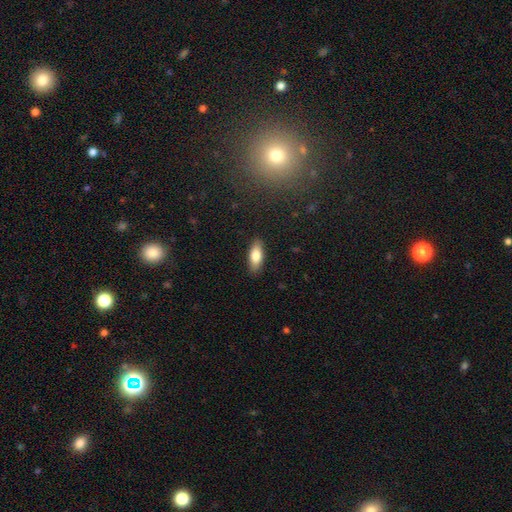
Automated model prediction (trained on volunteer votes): Q: Smooth or featured?
A: smooth (78%); runner-up: featured or disk (15%)
Q: How rounded?
A: in between (75%); runner-up: cigar-shaped (23%)
Q: Merging?
A: none (88%); runner-up: minor disturbance (9%)